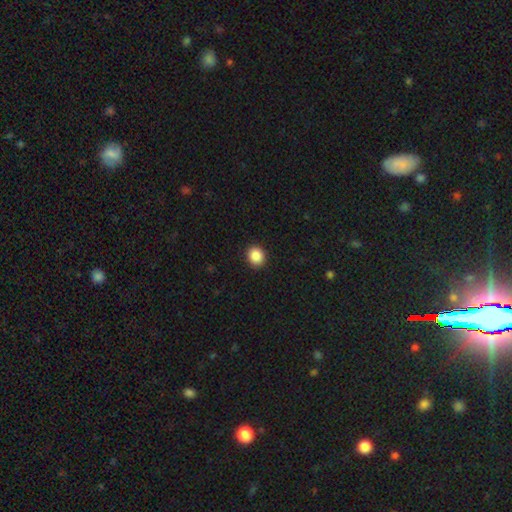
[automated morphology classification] The model was most divided on "how rounded": round: 77%, in between: 22%, cigar-shaped: 1%. More confident: merging — none (92%); smooth or featured — smooth (88%).